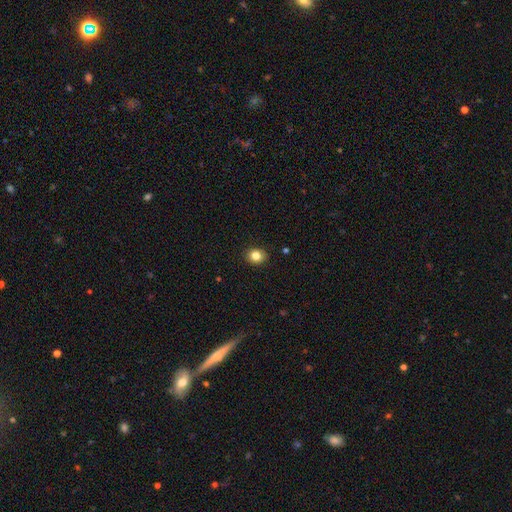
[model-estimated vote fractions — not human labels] smooth_or_featured: smooth (p=0.82) [alt: star or artifact p=0.11]
how_rounded: round (p=0.67) [alt: in between p=0.32]
merging: none (p=0.91) [alt: minor disturbance p=0.06]